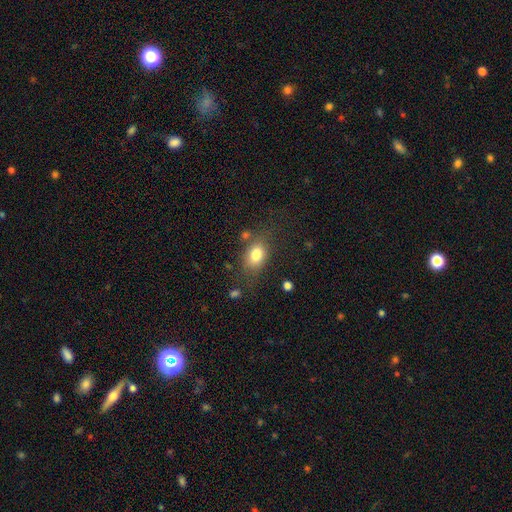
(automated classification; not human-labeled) This appears to be a smooth galaxy with no disk features (80%) that is in between round and cigar-shaped (77%). Merging: none (68%).